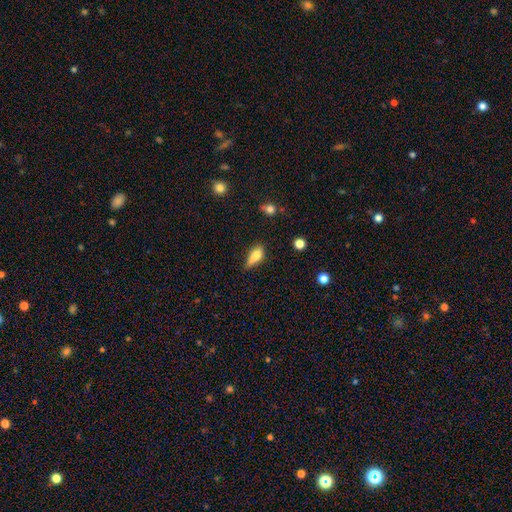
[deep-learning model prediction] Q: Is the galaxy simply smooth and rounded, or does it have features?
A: smooth — 74%.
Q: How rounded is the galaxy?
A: in between — 69%.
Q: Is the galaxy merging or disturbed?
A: none — 44%.